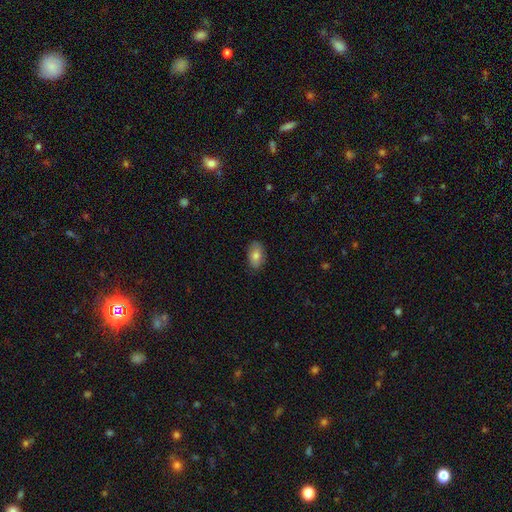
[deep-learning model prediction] Q: Smooth or featured?
A: smooth (78%); runner-up: featured or disk (14%)
Q: How rounded?
A: in between (91%); runner-up: round (7%)
Q: Merging?
A: none (85%); runner-up: minor disturbance (12%)